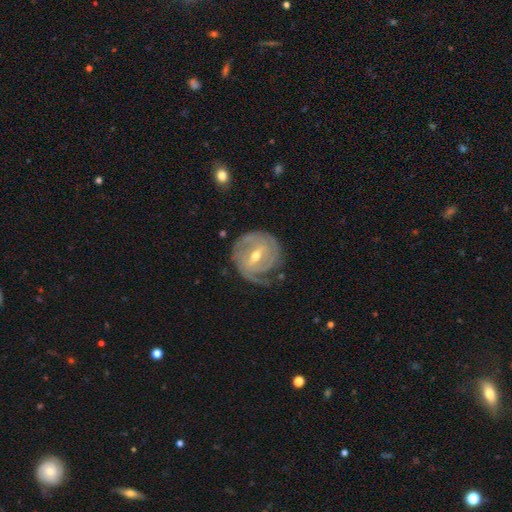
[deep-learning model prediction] A featured or disk galaxy (86%) with a weak bar (49%), 2 (40%) tight (68%) spiral arms (94%) and a moderate central bulge (60%).

Vote fractions:
- Smooth or featured? featured or disk: 86% / smooth: 9% / star or artifact: 5%
- Edge-on disk? no: 97% / yes: 3%
- Bar? weak: 49% / strong: 36% / no: 14%
- Spiral arms? yes: 94% / no: 6%
- Spiral winding? tight: 68% / medium: 25% / loose: 7%
- Spiral arm count? 2: 40% / can't tell: 24% / 3: 17% / 1: 10% / 4: 5% / more than 4: 4%
- Bulge size? moderate: 60% / small: 37% / large: 2% / none: 1% / dominant: 1%
- Merging? none: 67% / minor disturbance: 20% / major disturbance: 10% / merger: 2%